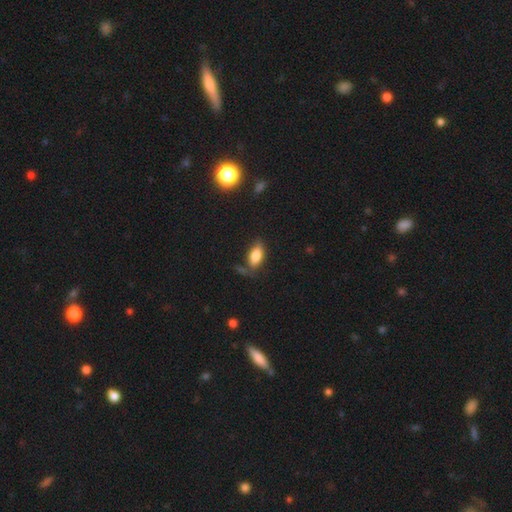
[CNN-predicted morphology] Smooth or featured? Predicted: smooth (p=0.79). How rounded? Predicted: in between (p=0.87). Merging? Predicted: none (p=0.63).